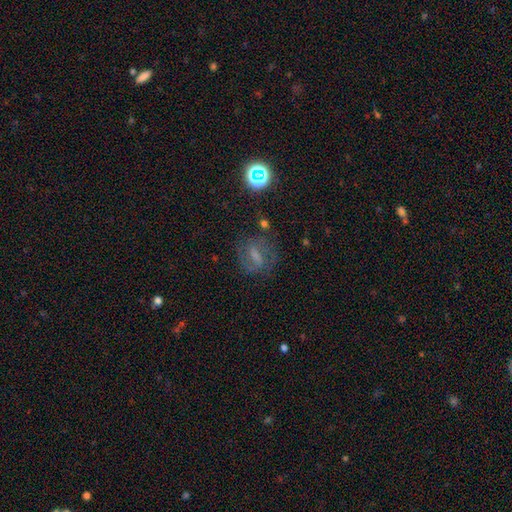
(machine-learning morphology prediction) Smooth or featured? featured or disk (53%)
Edge-on disk? no (92%)
Merging? none (71%)